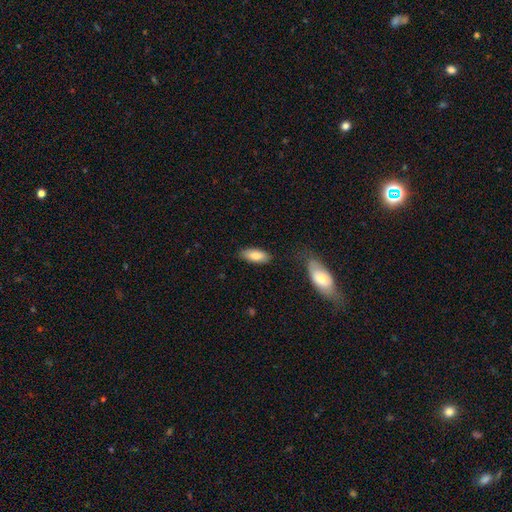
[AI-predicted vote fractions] A smooth galaxy with no disk features (82%) that is in between round and cigar-shaped (80%).

Vote fractions:
- Smooth or featured? smooth: 82% / featured or disk: 12% / star or artifact: 6%
- How rounded? in between: 80% / cigar-shaped: 18% / round: 2%
- Merging? none: 80% / minor disturbance: 14% / merger: 3% / major disturbance: 3%